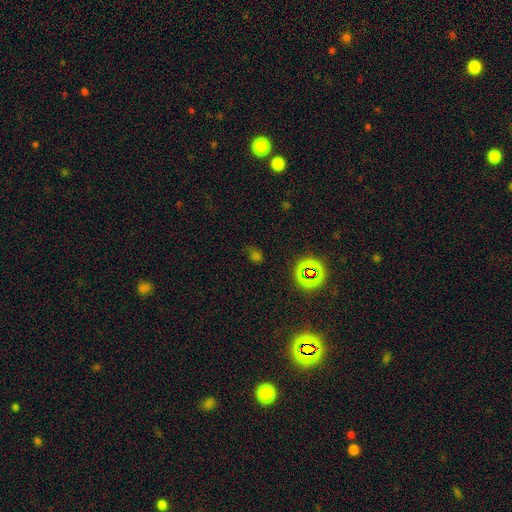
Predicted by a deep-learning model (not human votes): A star or artifact, not a galaxy (54%).

Vote fractions:
- Smooth or featured? star or artifact: 54% / smooth: 38% / featured or disk: 9%